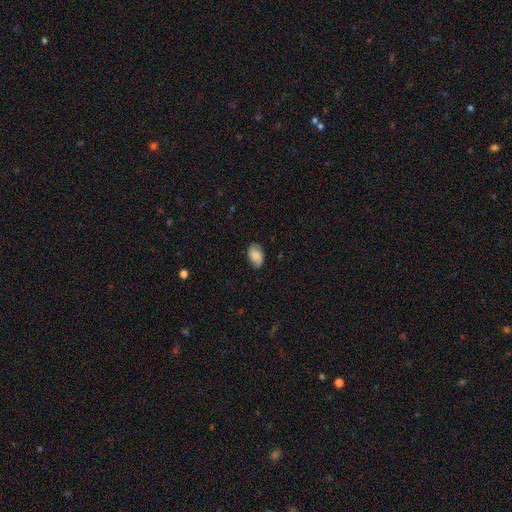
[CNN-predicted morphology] smooth 74%, featured or disk 18%, star or artifact 8%. Down the decision tree: how rounded — in between (90%); merging — none (83%).